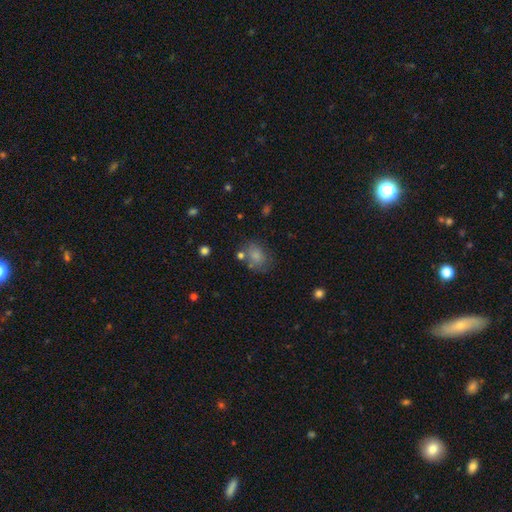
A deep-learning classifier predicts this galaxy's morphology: Overall: smooth (80%). How rounded: in between (58%; round 41%). Merging: none (63%).